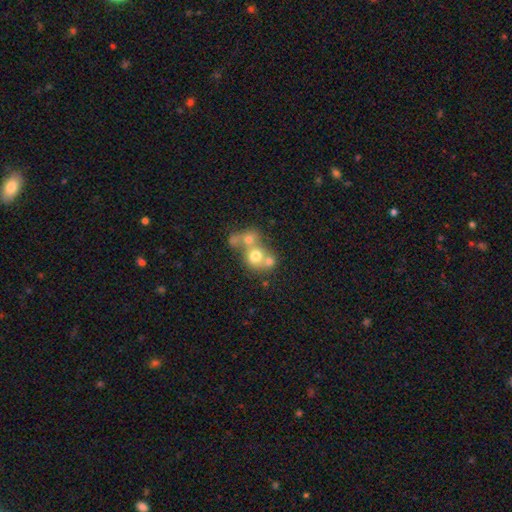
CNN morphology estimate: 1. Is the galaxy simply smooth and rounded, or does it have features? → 66% smooth, 22% featured or disk, 13% star or artifact.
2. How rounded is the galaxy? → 74% round, 25% in between, 1% cigar-shaped.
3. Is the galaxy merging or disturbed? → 61% merger, 28% none, 7% minor disturbance, 5% major disturbance.